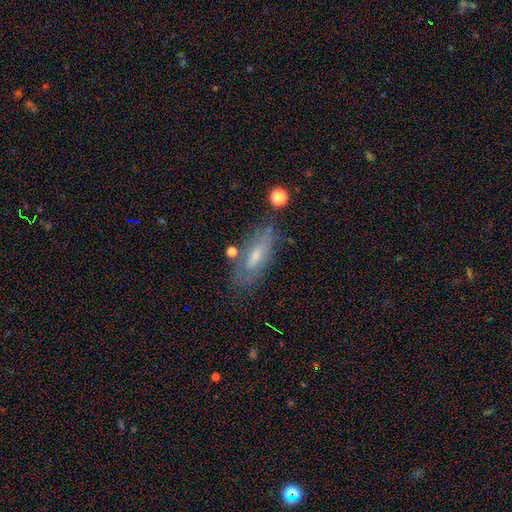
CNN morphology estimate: Smooth or featured?
  - smooth: 46% *
  - featured or disk: 44%
  - star or artifact: 10%
Merging?
  - none: 72% *
  - minor disturbance: 18%
  - major disturbance: 6%
  - merger: 4%